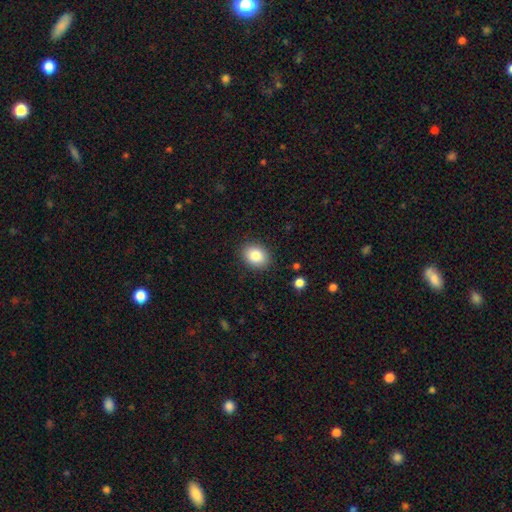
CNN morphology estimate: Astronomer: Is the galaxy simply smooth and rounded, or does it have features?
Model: smooth — 86%.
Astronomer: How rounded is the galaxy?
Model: in between — 53% (runner-up: round, 46%).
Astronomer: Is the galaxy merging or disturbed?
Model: none — 88%.